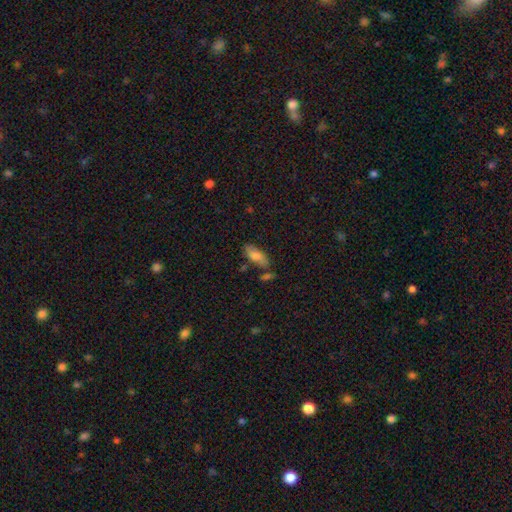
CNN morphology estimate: smooth_or_featured: smooth (p=0.76) [alt: featured or disk p=0.17]
how_rounded: in between (p=0.81) [alt: cigar-shaped p=0.17]
merging: none (p=0.66) [alt: minor disturbance p=0.18]